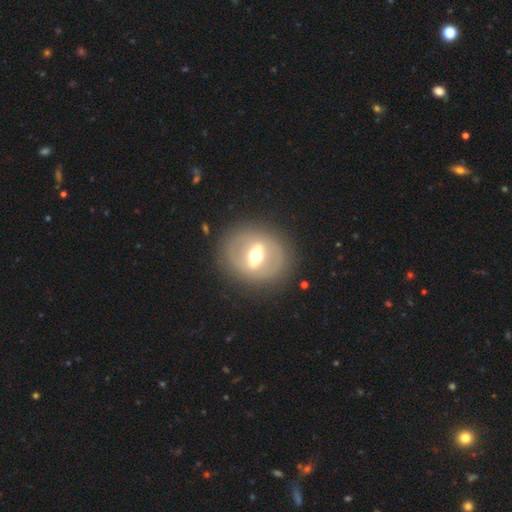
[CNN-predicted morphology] Smooth or featured? featured or disk (68%)
Edge-on disk? no (76%)
Bar? strong (68%)
Spiral arms? no (86%)
Bulge size? moderate (68%)
Merging? none (84%)